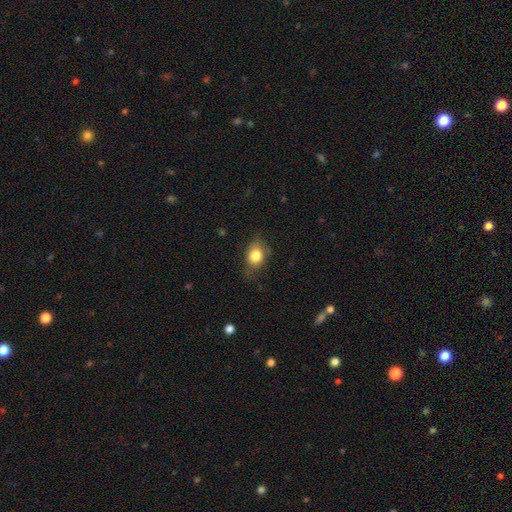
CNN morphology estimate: type=smooth (80%); roundness=in between (64%); merging=none (69%).